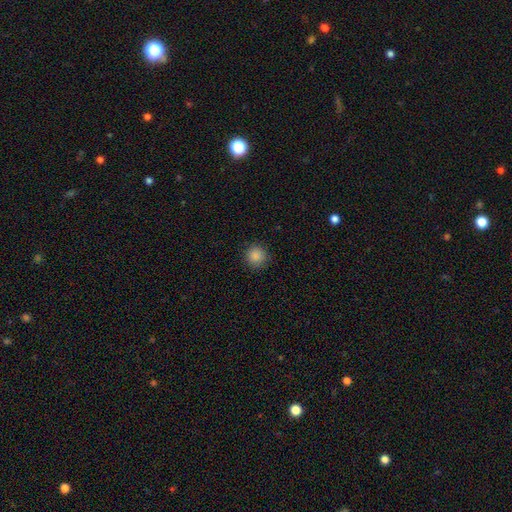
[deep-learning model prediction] A smooth galaxy with no disk features (87%) that is round (95%). Merging: none (90%).